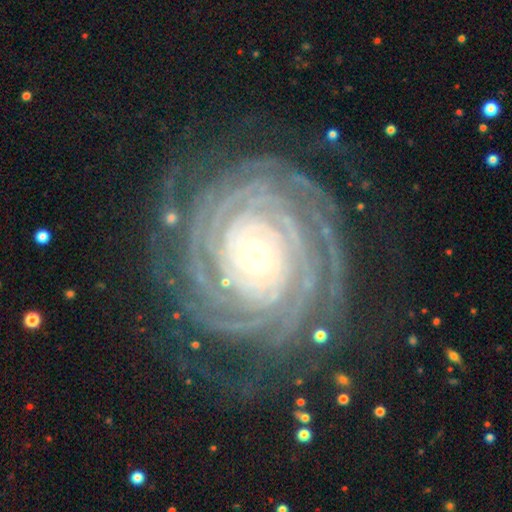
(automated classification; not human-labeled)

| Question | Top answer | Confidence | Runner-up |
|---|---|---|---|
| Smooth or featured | featured or disk | 92% | star or artifact (5%) |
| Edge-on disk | no | 97% | yes (3%) |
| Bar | no | 76% | weak (13%) |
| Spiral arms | yes | 99% | no (1%) |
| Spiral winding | tight | 90% | medium (9%) |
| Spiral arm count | more than 4 | 29% | 4 (19%) |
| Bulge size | small | 59% | moderate (36%) |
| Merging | none | 78% | minor disturbance (14%) |